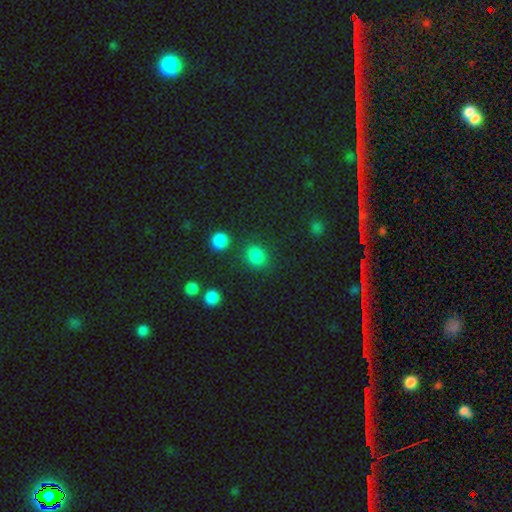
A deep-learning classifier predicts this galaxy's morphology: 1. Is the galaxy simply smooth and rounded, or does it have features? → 82% smooth, 14% star or artifact, 4% featured or disk.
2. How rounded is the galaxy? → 65% round, 34% in between, 1% cigar-shaped.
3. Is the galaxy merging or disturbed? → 81% none, 10% minor disturbance, 5% merger, 4% major disturbance.